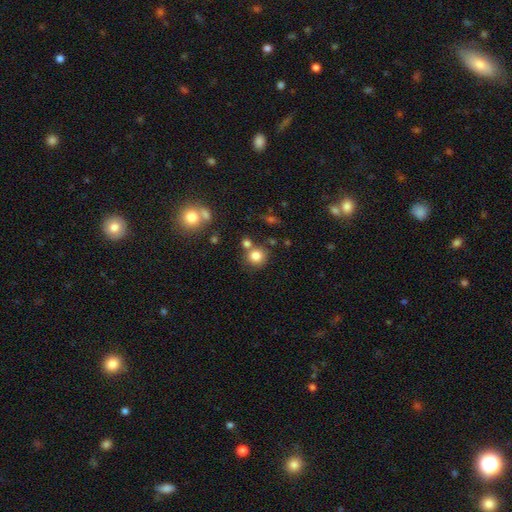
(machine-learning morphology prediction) smooth 82%, star or artifact 12%, featured or disk 7%. Down the decision tree: how rounded — round (88%); merging — none (68%).